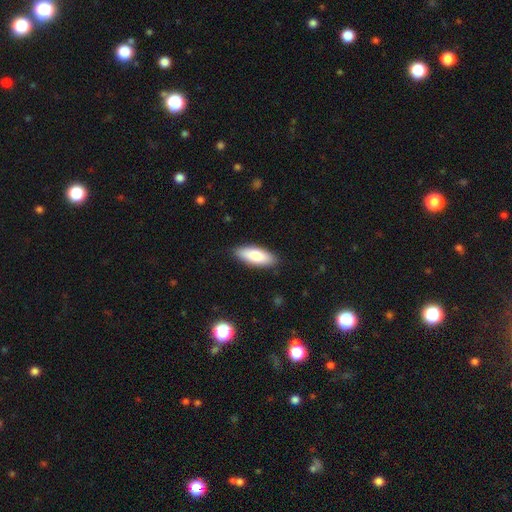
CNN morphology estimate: Smooth or featured?
  - smooth: 82% *
  - featured or disk: 12%
  - star or artifact: 6%
How rounded?
  - in between: 73% *
  - cigar-shaped: 25%
  - round: 2%
Merging?
  - none: 87% *
  - minor disturbance: 10%
  - major disturbance: 2%
  - merger: 1%